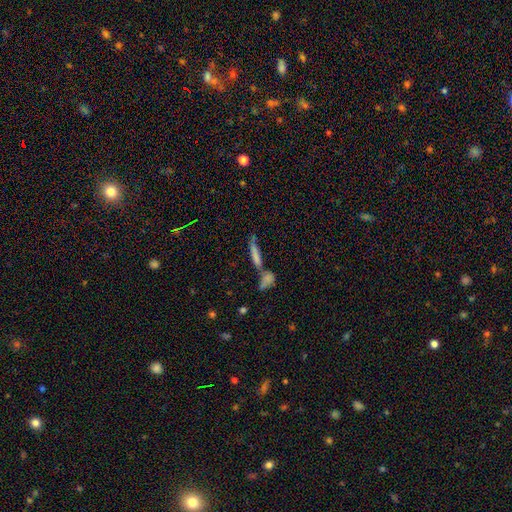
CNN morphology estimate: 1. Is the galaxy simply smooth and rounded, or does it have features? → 51% smooth, 32% featured or disk, 16% star or artifact.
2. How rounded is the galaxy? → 81% cigar-shaped, 15% in between, 4% round.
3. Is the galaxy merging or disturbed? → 46% none, 39% merger, 9% minor disturbance, 5% major disturbance.